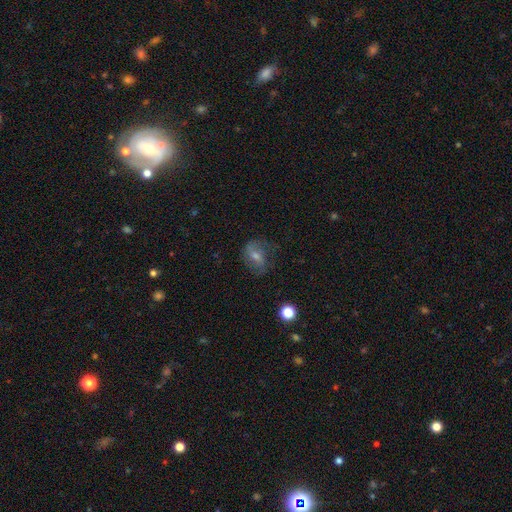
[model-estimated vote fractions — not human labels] The model was most divided on "bulge size": moderate: 48%, small: 44%, none: 4%, large: 3%, dominant: 1%. Remaining: edge-on disk — no (94%); spiral arms — yes (80%); merging — none (66%); smooth or featured — featured or disk (59%); bar — weak (43%).